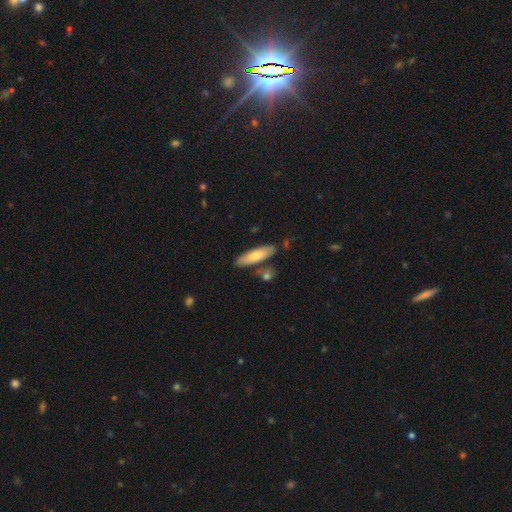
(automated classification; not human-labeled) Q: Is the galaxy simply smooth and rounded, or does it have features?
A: smooth — 72%.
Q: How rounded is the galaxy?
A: cigar-shaped — 60%.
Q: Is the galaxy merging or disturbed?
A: none — 78%.